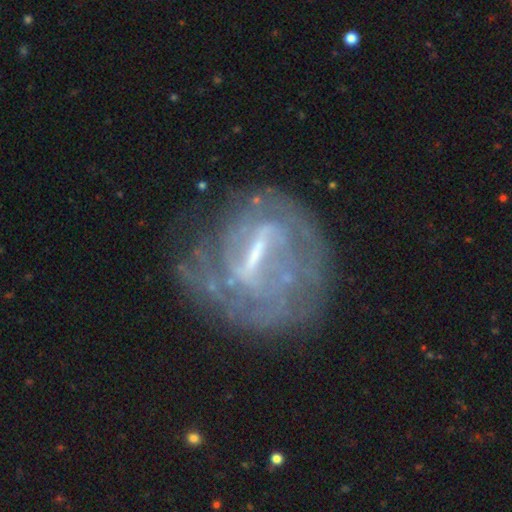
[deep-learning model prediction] smooth-or-featured: featured or disk: 80% | smooth: 11% | star or artifact: 8%
  disk-edge-on: no: 93% | yes: 7%
    bar: strong: 61% | weak: 30% | no: 9%
    has-spiral-arms: yes: 69% | no: 31%
      spiral-winding: tight: 56% | medium: 28% | loose: 15%
      spiral-arm-count: can't tell: 50% | 2: 25% | 1: 9% | 3: 8% | 4: 4% | more than 4: 4%
    bulge-size: small: 41% | moderate: 29% | none: 25% | large: 4% | dominant: 1%
  merging: none: 63% | minor disturbance: 18% | major disturbance: 16% | merger: 3%